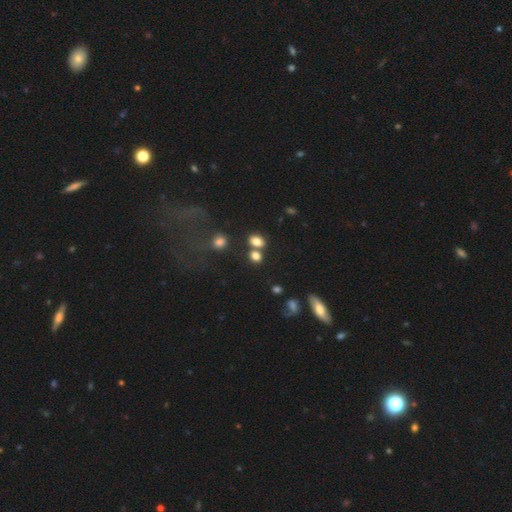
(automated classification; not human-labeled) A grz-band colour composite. It shows a smooth galaxy with no disk features (78%) that is in between round and cigar-shaped (57%). Merging: none (53%).